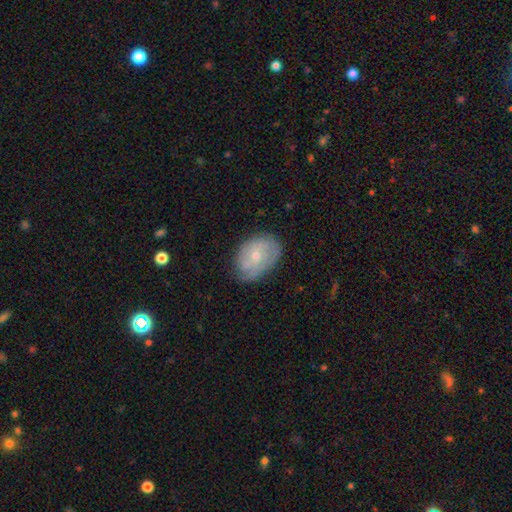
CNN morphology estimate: featured or disk 54%, smooth 38%, star or artifact 7%. Down the decision tree: edge-on disk — no (96%); bar — no (76%); spiral arms — yes (74%); bulge size — small (68%); merging — none (65%).